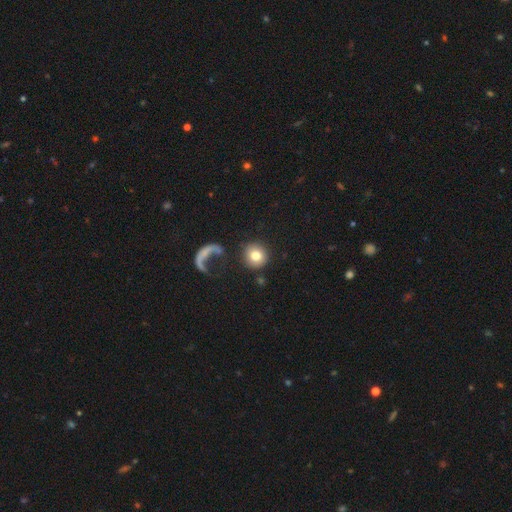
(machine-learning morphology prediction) smooth-or-featured: smooth: 78% | featured or disk: 13% | star or artifact: 9%
  how-rounded: round: 94% | in between: 5% | cigar-shaped: 1%
  merging: none: 77% | major disturbance: 10% | minor disturbance: 7% | merger: 6%